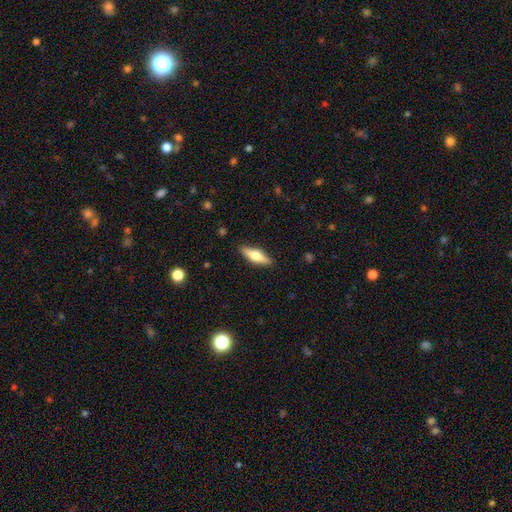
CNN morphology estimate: type=smooth (48%); merging=none (89%).